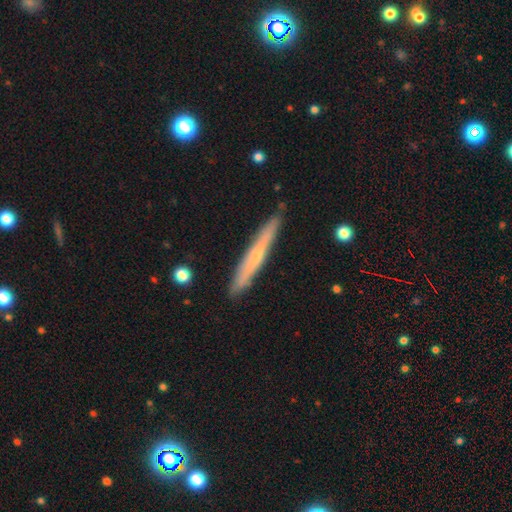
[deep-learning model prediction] A featured or disk galaxy (51%) viewed edge-on (93%). Merging: none (88%).